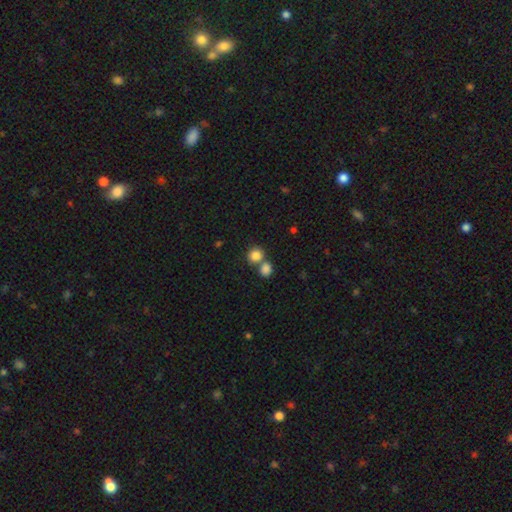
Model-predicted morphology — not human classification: smooth-or-featured: smooth: 84% | star or artifact: 10% | featured or disk: 6%
  how-rounded: round: 84% | in between: 15% | cigar-shaped: 1%
  merging: none: 50% | merger: 40% | minor disturbance: 7% | major disturbance: 3%